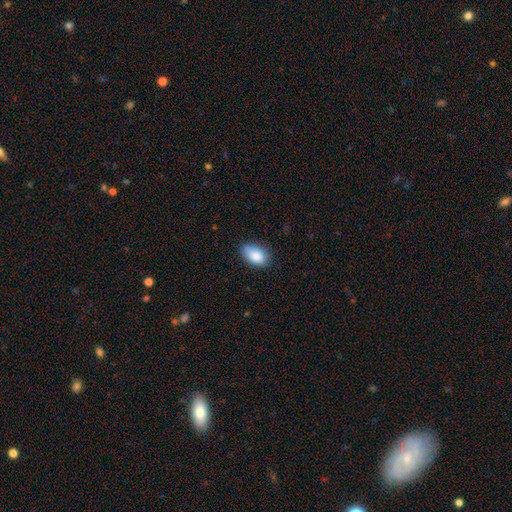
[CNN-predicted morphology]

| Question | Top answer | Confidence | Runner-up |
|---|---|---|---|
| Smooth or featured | smooth | 87% | star or artifact (7%) |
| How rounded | in between | 91% | round (7%) |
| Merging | none | 73% | minor disturbance (22%) |